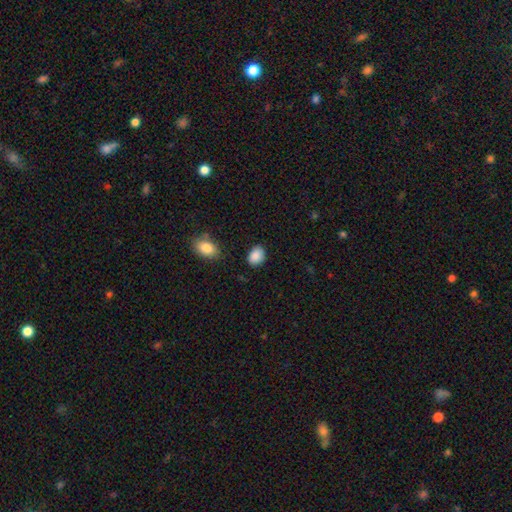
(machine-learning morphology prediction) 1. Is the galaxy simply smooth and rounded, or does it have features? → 89% smooth, 8% star or artifact, 3% featured or disk.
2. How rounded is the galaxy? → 63% in between, 36% round, 1% cigar-shaped.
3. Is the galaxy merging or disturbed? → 82% none, 13% minor disturbance, 3% major disturbance, 2% merger.